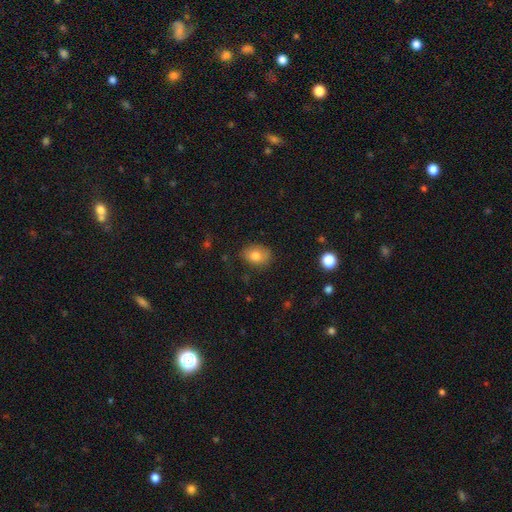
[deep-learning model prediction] Smooth or featured: smooth — 80% (featured or disk — 11%)
How rounded: in between — 65% (round — 34%)
Merging: none — 76% (minor disturbance — 18%)